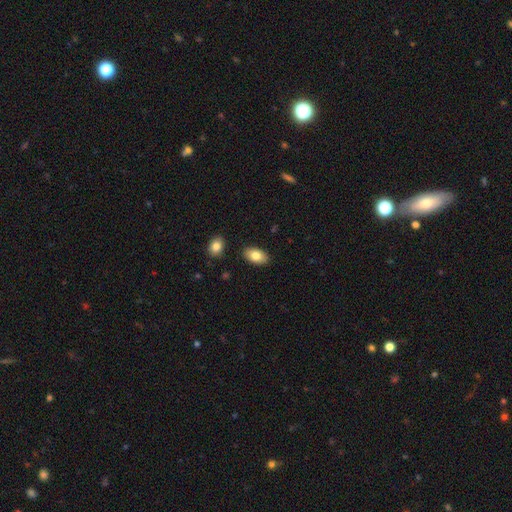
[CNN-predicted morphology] smooth_or_featured: smooth (p=0.81) [alt: featured or disk p=0.12]
how_rounded: in between (p=0.93) [alt: round p=0.05]
merging: none (p=0.88) [alt: minor disturbance p=0.08]